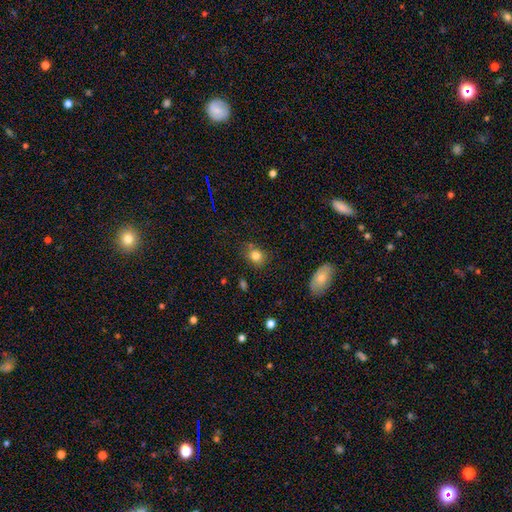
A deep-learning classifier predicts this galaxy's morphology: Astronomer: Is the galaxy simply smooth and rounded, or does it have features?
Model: smooth — 82%.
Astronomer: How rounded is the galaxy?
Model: round — 58% (runner-up: in between, 41%).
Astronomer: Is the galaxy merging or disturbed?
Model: none — 72%.